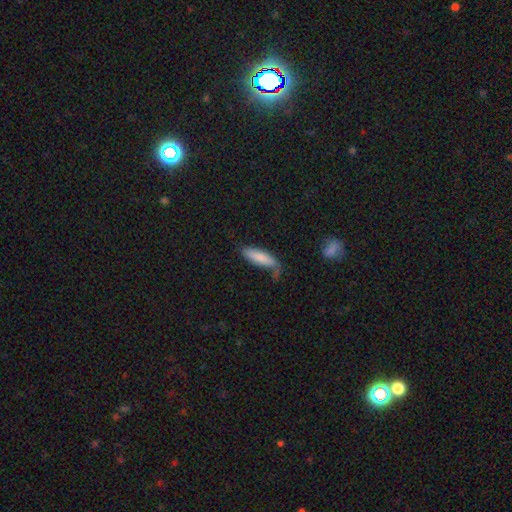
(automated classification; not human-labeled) Smooth or featured?
  - smooth: 80% *
  - featured or disk: 13%
  - star or artifact: 7%
How rounded?
  - cigar-shaped: 58% *
  - in between: 40%
  - round: 2%
Merging?
  - none: 51% *
  - minor disturbance: 31%
  - major disturbance: 12%
  - merger: 6%